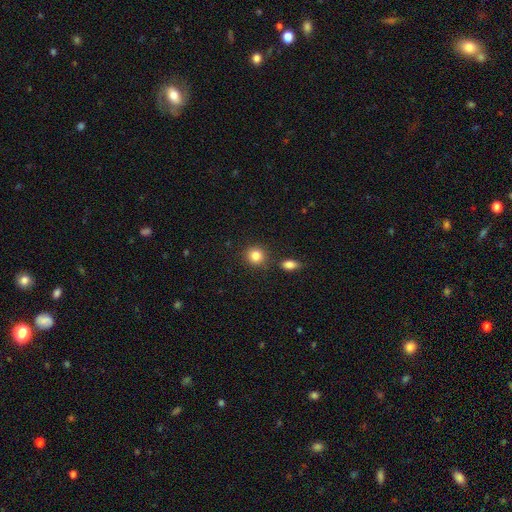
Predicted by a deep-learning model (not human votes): This appears to be a smooth galaxy with no disk features (85%) that is round (87%). Merging: none (81%).